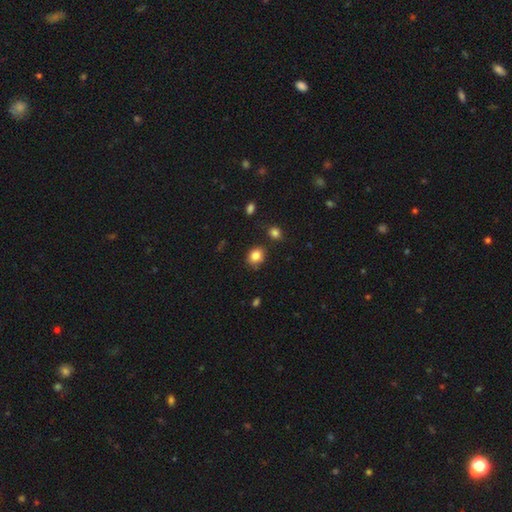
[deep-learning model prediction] This appears to be a smooth galaxy with no disk features (84%) that is round (62%). Merging: none (78%).